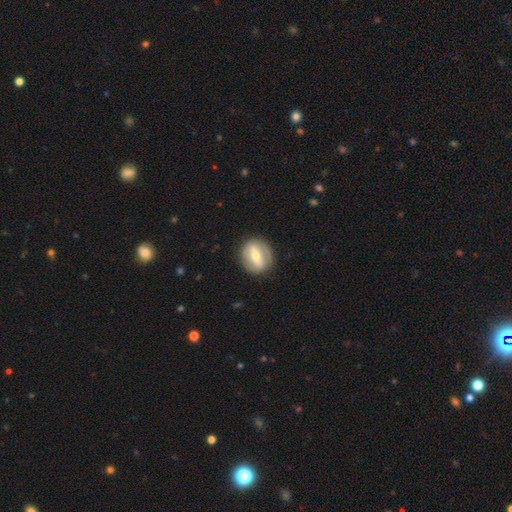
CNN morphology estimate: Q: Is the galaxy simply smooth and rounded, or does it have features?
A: featured or disk — 61%.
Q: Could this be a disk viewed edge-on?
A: no — 89%.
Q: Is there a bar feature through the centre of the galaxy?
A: strong — 62%.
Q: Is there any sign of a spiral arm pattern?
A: no — 64%.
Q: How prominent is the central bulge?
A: moderate — 53%.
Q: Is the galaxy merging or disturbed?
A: none — 84%.